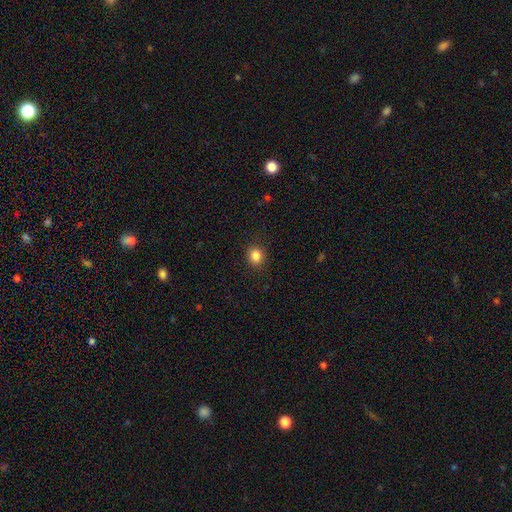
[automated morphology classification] The model was most divided on "how rounded": round: 73%, in between: 26%, cigar-shaped: 1%. More confident: merging — none (88%); smooth or featured — smooth (85%).